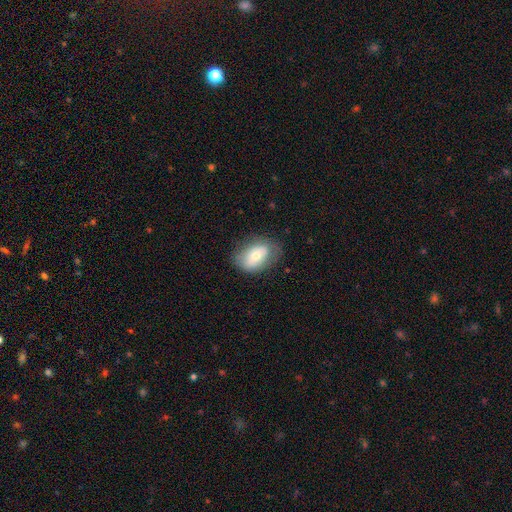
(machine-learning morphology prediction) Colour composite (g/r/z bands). It shows a smooth galaxy with no disk features (64%) that is in between round and cigar-shaped (86%). Merging: none (71%).